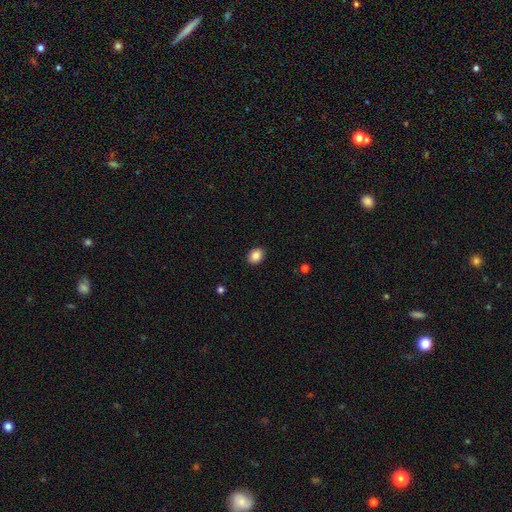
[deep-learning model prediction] smooth 86%, star or artifact 9%, featured or disk 5%. Down the decision tree: how rounded — in between (56%); merging — none (91%).